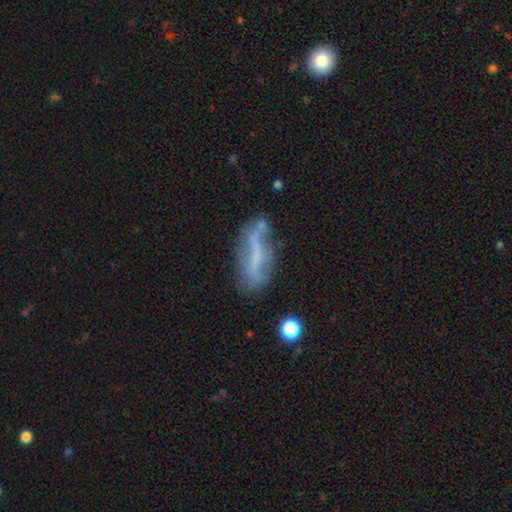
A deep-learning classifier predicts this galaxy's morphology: Smooth or featured? featured or disk (54%)
Edge-on disk? no (69%)
Merging? none (49%)